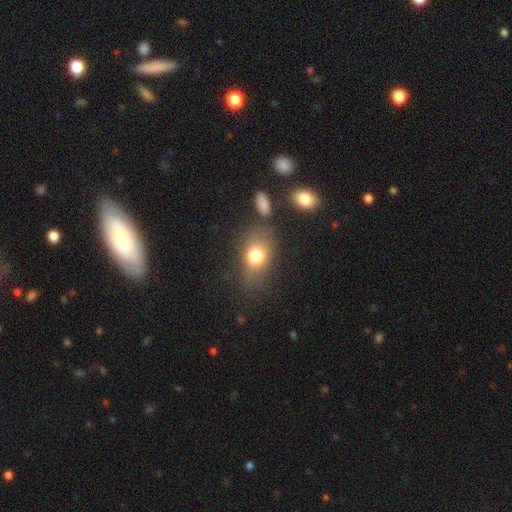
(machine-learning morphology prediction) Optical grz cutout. It shows a smooth galaxy with no disk features (76%) that is in between round and cigar-shaped (70%). Merging: none (61%).